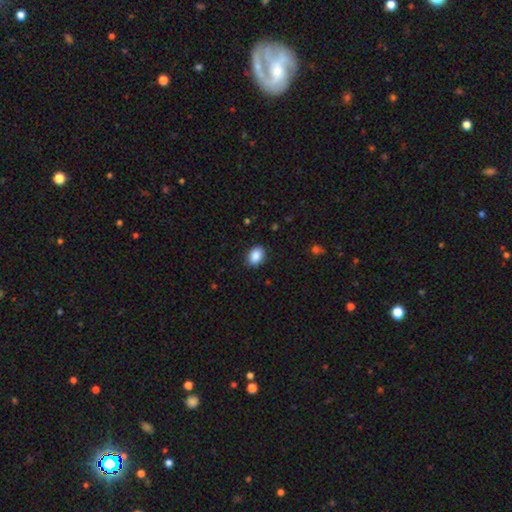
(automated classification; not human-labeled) The model was most divided on "how rounded": in between: 73%, round: 26%, cigar-shaped: 1%. More confident: smooth or featured — smooth (88%); merging — none (87%).